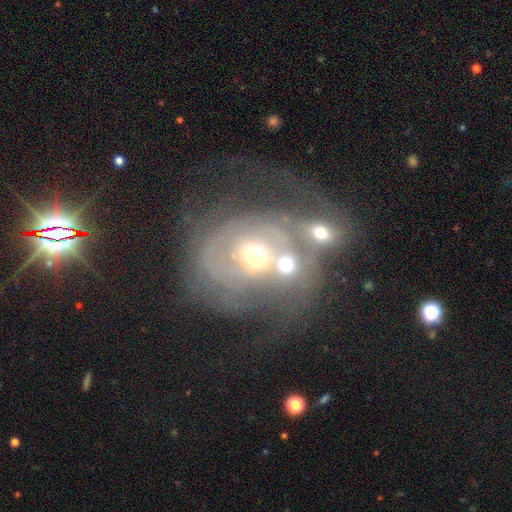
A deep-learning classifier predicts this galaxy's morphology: This appears to be a featured or disk galaxy (70%) with no bar (77%), spiral arms (63%) and a moderate central bulge (63%). Merging: merger (51%).